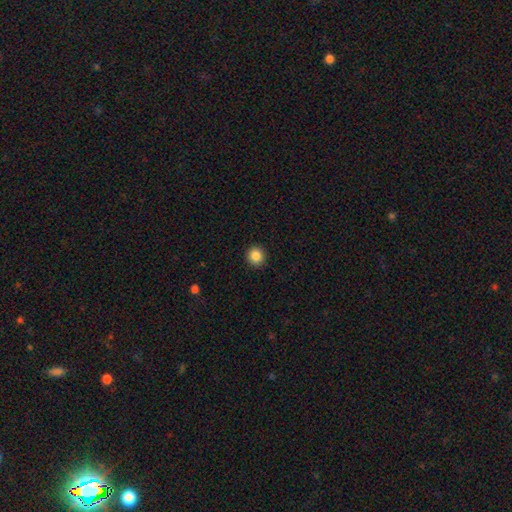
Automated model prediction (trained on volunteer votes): Smooth or featured?
  - smooth: 86% *
  - star or artifact: 10%
  - featured or disk: 4%
How rounded?
  - round: 93% *
  - in between: 6%
  - cigar-shaped: 1%
Merging?
  - none: 93% *
  - minor disturbance: 5%
  - major disturbance: 2%
  - merger: 1%